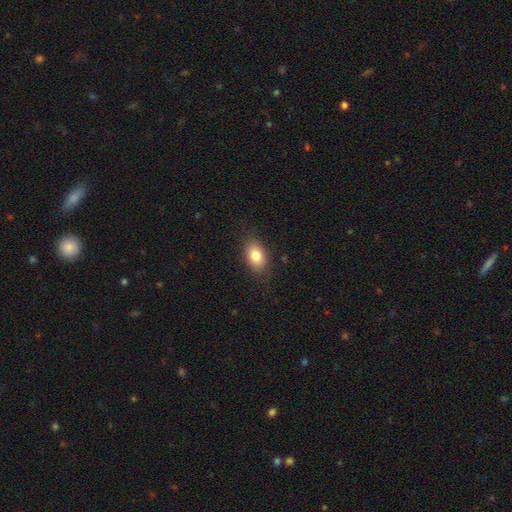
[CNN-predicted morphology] A smooth galaxy with no disk features (82%) that is in between round and cigar-shaped (86%). Merging: none (84%).